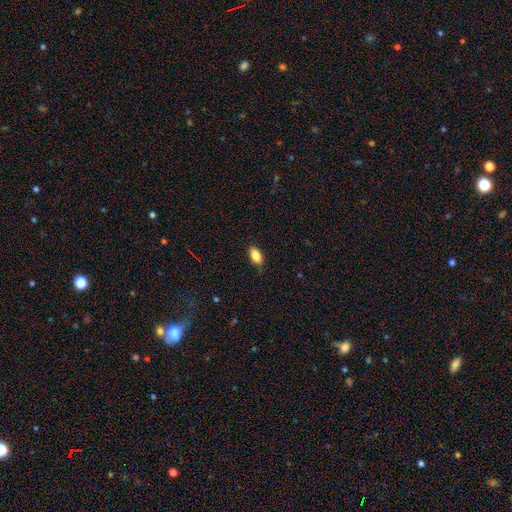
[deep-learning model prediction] The model was most divided on "merging": none: 82%, minor disturbance: 14%, major disturbance: 3%, merger: 1%. More confident: how rounded — in between (90%); smooth or featured — smooth (84%).